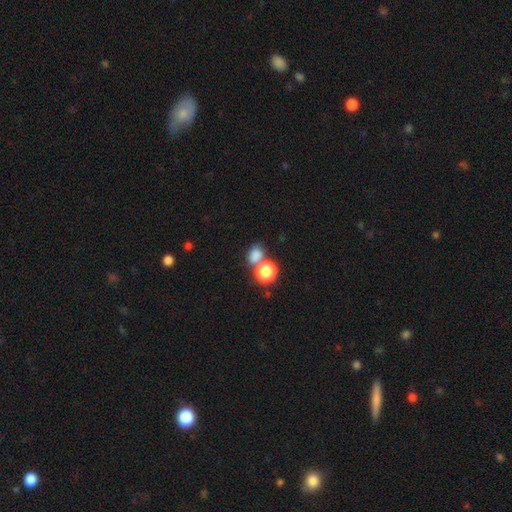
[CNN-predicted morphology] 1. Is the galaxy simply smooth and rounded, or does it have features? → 78% smooth, 15% star or artifact, 7% featured or disk.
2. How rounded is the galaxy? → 53% round, 46% in between, 1% cigar-shaped.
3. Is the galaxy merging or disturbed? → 48% none, 38% merger, 9% minor disturbance, 5% major disturbance.